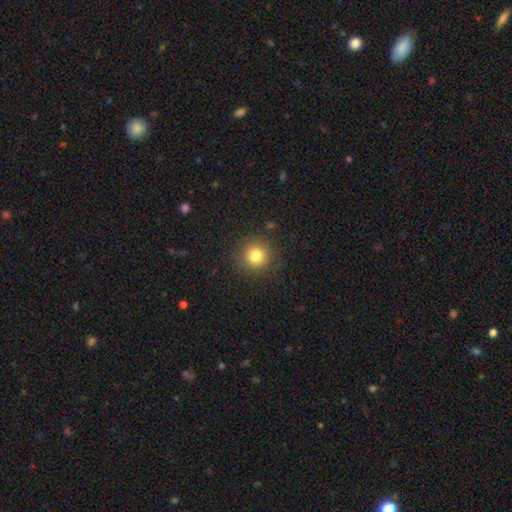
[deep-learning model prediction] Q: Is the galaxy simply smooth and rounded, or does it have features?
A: smooth — 81%.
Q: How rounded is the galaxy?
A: round — 94%.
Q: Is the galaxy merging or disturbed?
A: none — 88%.